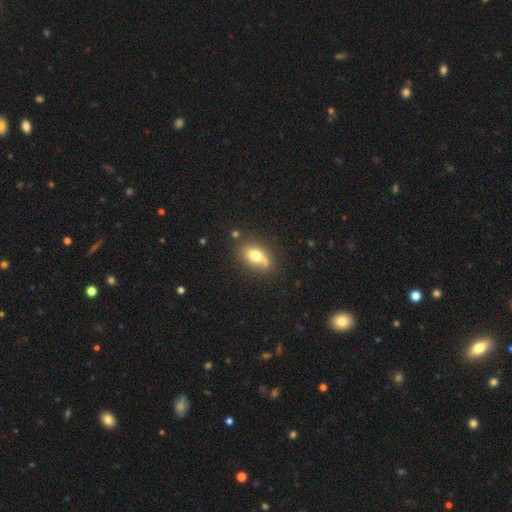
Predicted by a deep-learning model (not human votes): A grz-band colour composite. It shows a smooth galaxy with no disk features (73%) that is in between round and cigar-shaped (72%). Merging: none (60%).